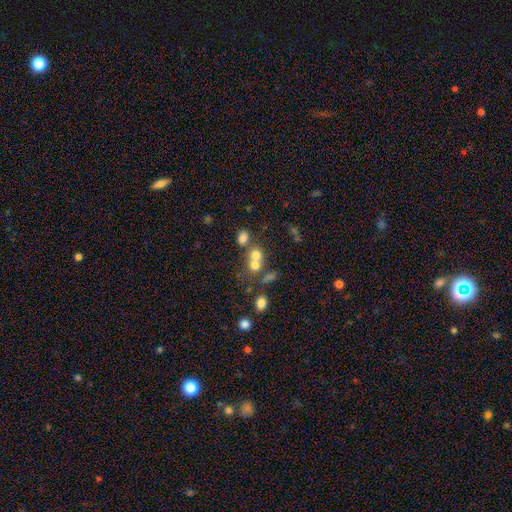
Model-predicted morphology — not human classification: This appears to be a smooth galaxy with no disk features (68%) that is round (77%). Merging: merger (50%).